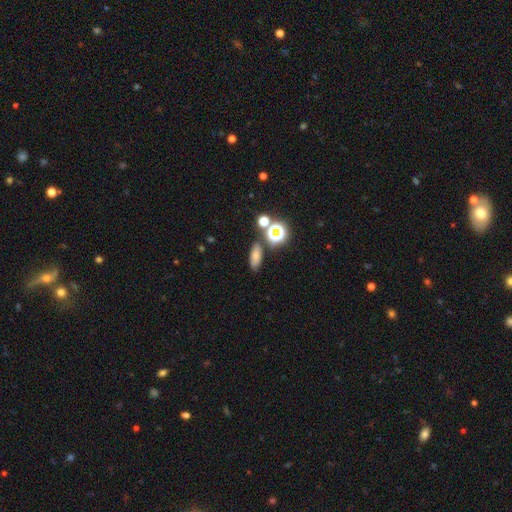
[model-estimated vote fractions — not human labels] Smooth or featured?
  - smooth: 64% *
  - star or artifact: 24%
  - featured or disk: 12%
How rounded?
  - in between: 73% *
  - round: 15%
  - cigar-shaped: 13%
Merging?
  - none: 78% *
  - minor disturbance: 11%
  - merger: 8%
  - major disturbance: 4%